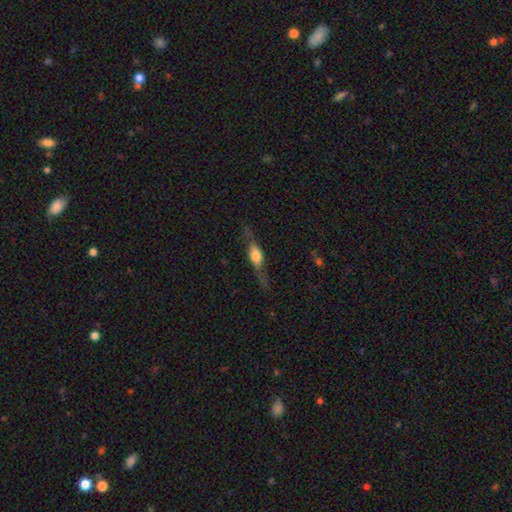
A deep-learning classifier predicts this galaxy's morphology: Smooth or featured? featured or disk (58%)
Edge-on disk? yes (90%)
Edge-on bulge? rounded (82%)
Merging? none (74%)